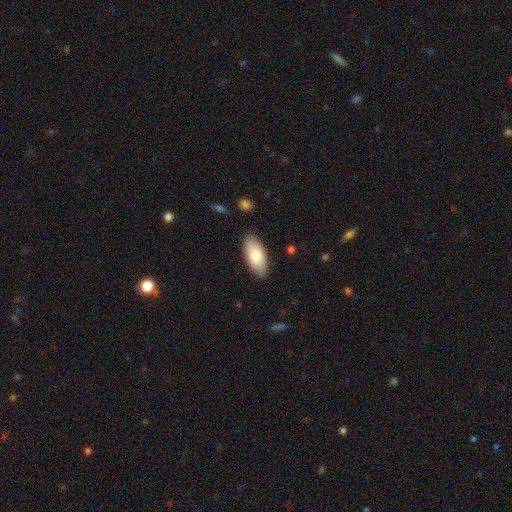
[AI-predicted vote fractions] A smooth galaxy with no disk features (78%) that is in between round and cigar-shaped (90%). Merging: none (87%).